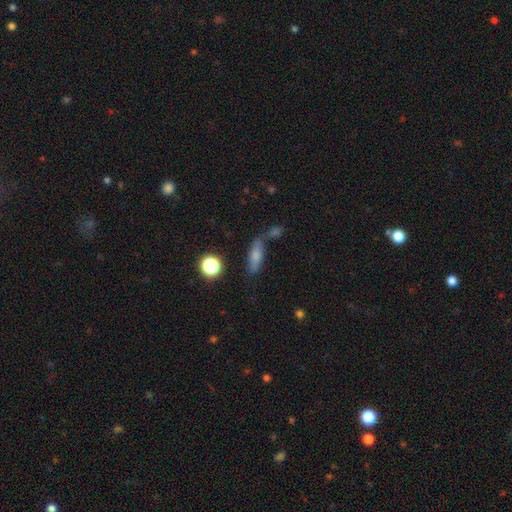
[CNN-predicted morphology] Smooth or featured? smooth (73%)
How rounded? in between (52%)
Merging? none (61%)